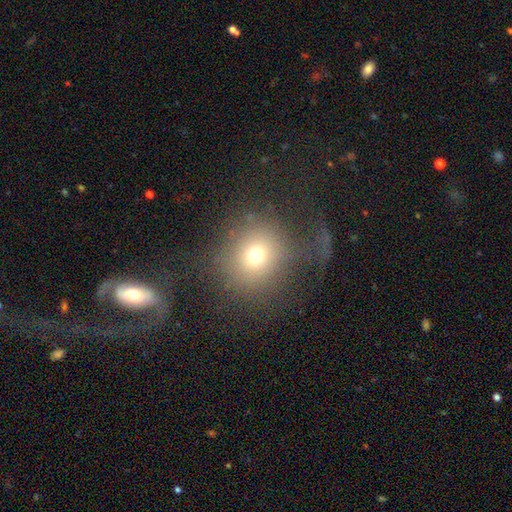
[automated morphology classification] A smooth galaxy with no disk features (68%) that is round (88%). Merging: none (57%).